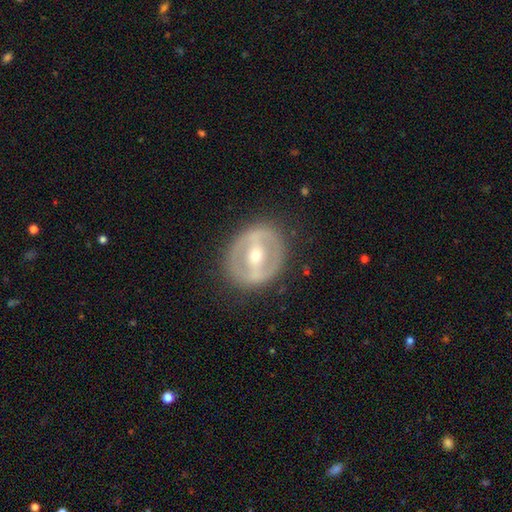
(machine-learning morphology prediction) Smooth or featured?
  - featured or disk: 75% *
  - smooth: 19%
  - star or artifact: 6%
Edge-on disk?
  - no: 93% *
  - yes: 7%
Bar?
  - strong: 60% *
  - weak: 25%
  - no: 15%
Spiral arms?
  - no: 74% *
  - yes: 26%
Bulge size?
  - small: 50% *
  - moderate: 47%
  - large: 2%
  - none: 1%
  - dominant: 1%
Merging?
  - none: 82% *
  - minor disturbance: 11%
  - major disturbance: 6%
  - merger: 1%